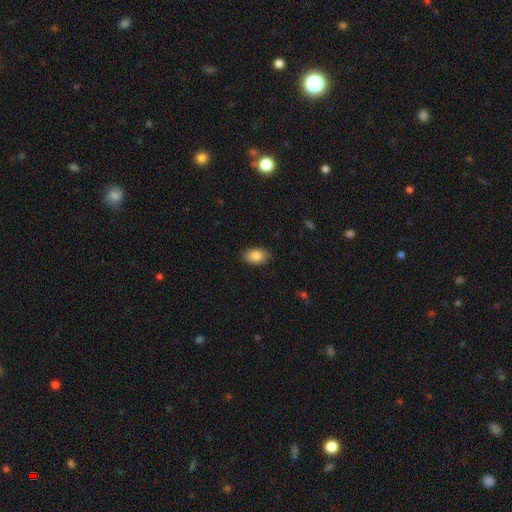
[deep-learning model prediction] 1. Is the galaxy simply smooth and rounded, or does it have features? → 85% smooth, 8% featured or disk, 7% star or artifact.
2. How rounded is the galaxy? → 90% in between, 9% round, 1% cigar-shaped.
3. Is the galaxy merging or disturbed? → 89% none, 8% minor disturbance, 2% major disturbance, 1% merger.